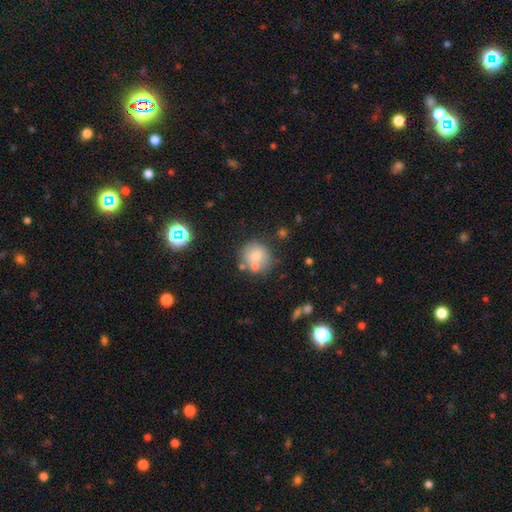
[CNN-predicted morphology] type=smooth (69%); roundness=round (87%); merging=none (58%).